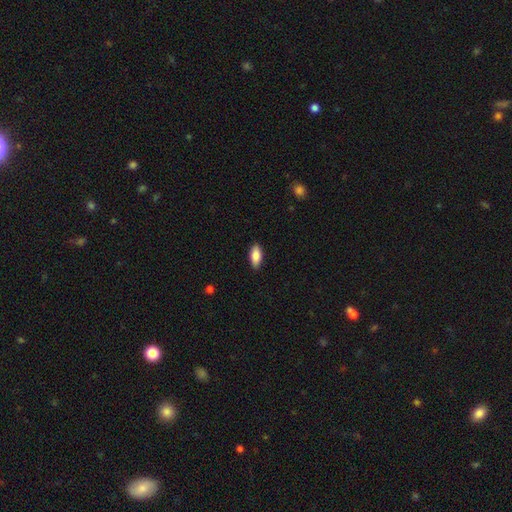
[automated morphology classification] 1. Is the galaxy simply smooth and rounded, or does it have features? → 86% smooth, 8% featured or disk, 6% star or artifact.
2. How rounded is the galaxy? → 86% in between, 12% cigar-shaped, 2% round.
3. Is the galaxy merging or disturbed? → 89% none, 9% minor disturbance, 2% major disturbance, 1% merger.